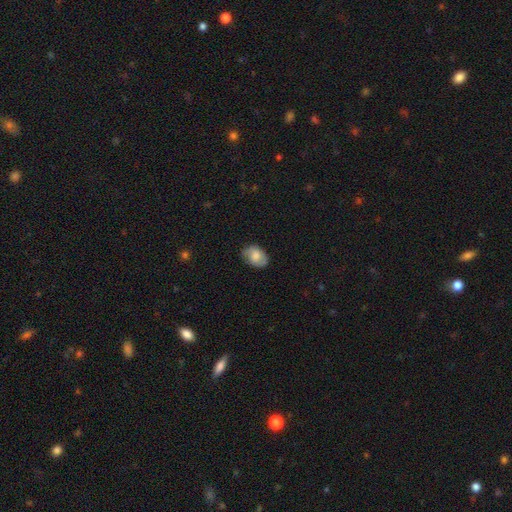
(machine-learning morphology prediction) A smooth galaxy with no disk features (75%) that is in between round and cigar-shaped (79%).

Vote fractions:
- Smooth or featured? smooth: 75% / featured or disk: 18% / star or artifact: 7%
- How rounded? in between: 79% / round: 20% / cigar-shaped: 1%
- Merging? none: 74% / minor disturbance: 21% / major disturbance: 4% / merger: 1%